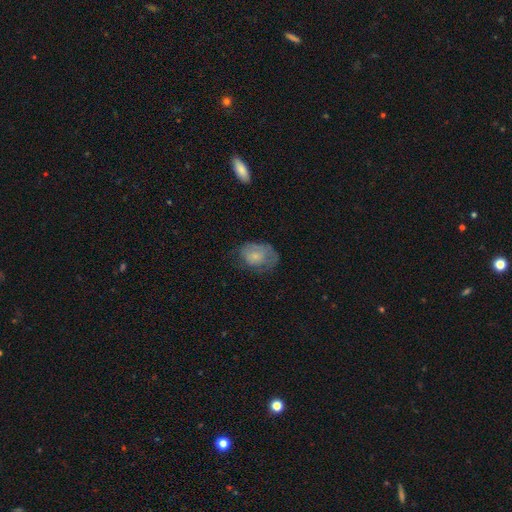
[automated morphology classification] smooth 63%, featured or disk 28%, star or artifact 9%. Down the decision tree: how rounded — in between (70%); merging — none (44%).